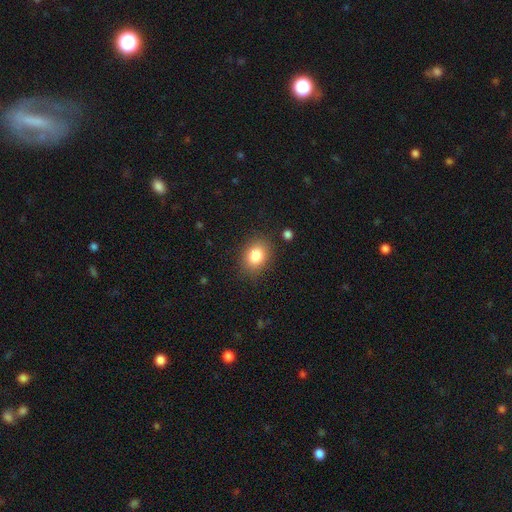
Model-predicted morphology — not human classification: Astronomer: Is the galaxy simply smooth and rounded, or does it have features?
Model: smooth — 83%.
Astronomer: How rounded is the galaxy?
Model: in between — 59% (runner-up: round, 40%).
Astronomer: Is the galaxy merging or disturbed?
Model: none — 83%.